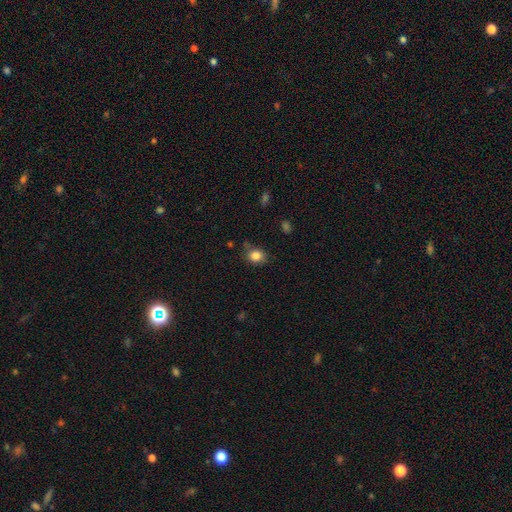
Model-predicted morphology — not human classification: Smooth or featured? Predicted: smooth (p=0.84). How rounded? Predicted: round (p=0.61). Merging? Predicted: none (p=0.71).